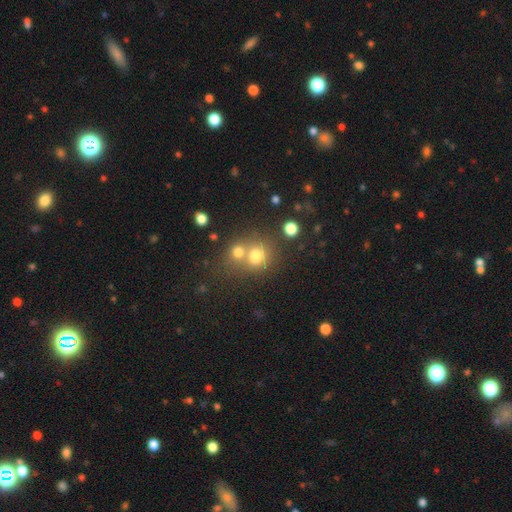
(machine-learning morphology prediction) This appears to be a smooth galaxy with no disk features (73%) that is round (77%). Merging: merger (45%).